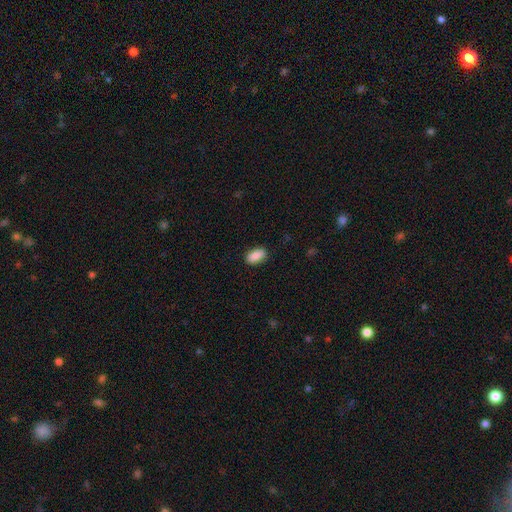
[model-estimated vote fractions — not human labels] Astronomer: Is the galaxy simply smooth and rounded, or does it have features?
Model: smooth — 89%.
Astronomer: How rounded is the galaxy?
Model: in between — 91%.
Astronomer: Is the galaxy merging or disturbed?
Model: none — 87%.